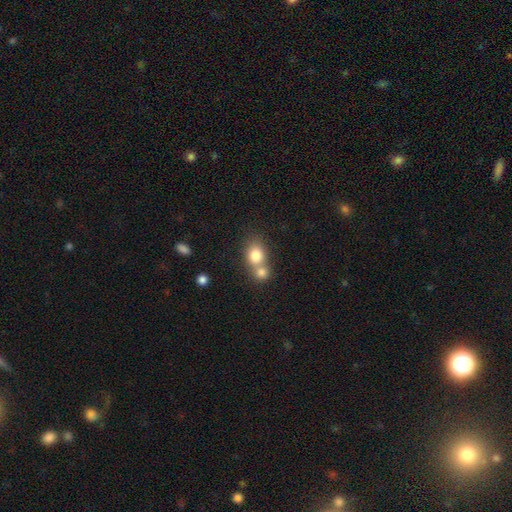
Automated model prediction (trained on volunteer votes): Morphology: type=smooth (80%); roundness=round (57%); merging=merger (59%).